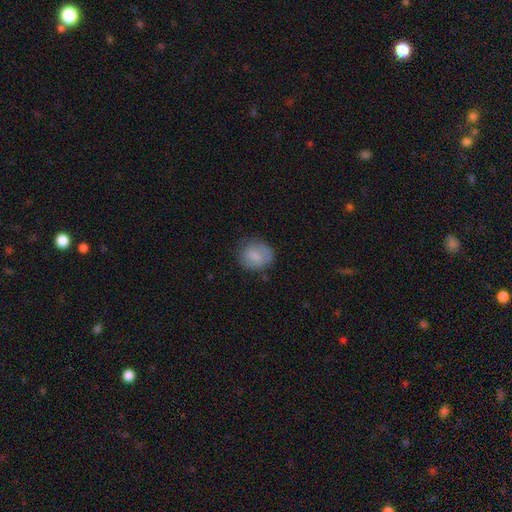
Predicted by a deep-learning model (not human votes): Overall: smooth (76%). How rounded: round (72%). Merging: none (68%).